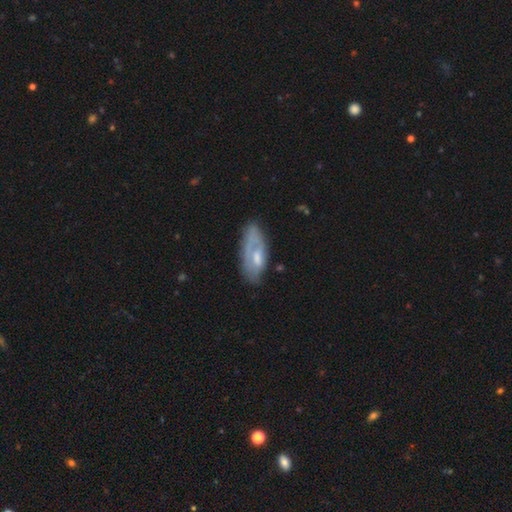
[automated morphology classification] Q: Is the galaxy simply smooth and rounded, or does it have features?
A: featured or disk — 49%.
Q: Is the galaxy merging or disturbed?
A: none — 56%.